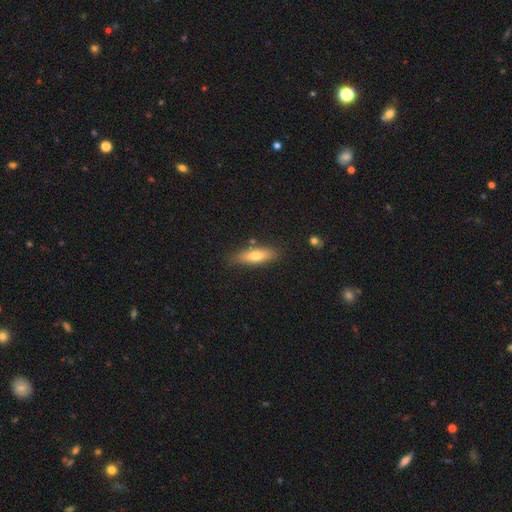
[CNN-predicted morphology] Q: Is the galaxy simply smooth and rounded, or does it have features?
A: smooth — 65%.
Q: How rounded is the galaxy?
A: cigar-shaped — 51%.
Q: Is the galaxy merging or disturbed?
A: none — 81%.